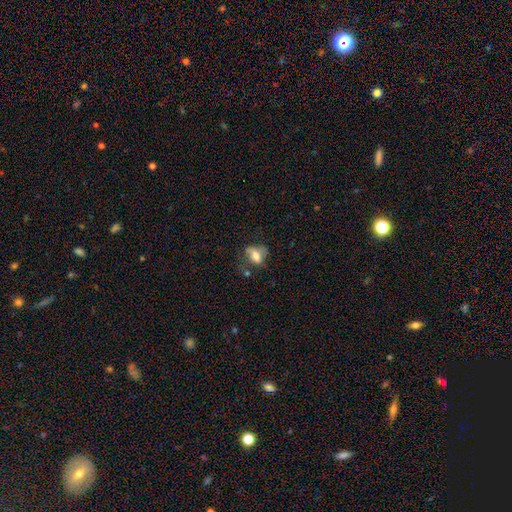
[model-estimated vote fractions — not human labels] This is likely a smooth galaxy (67%). How rounded: likely in between (77%). Merging: marginally none (42%).